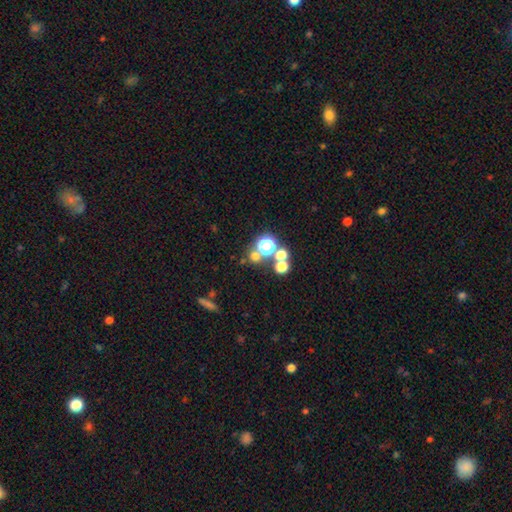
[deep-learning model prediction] This is possibly a smooth galaxy (56%). How rounded: clearly round (87%). Merging: likely none (63%).